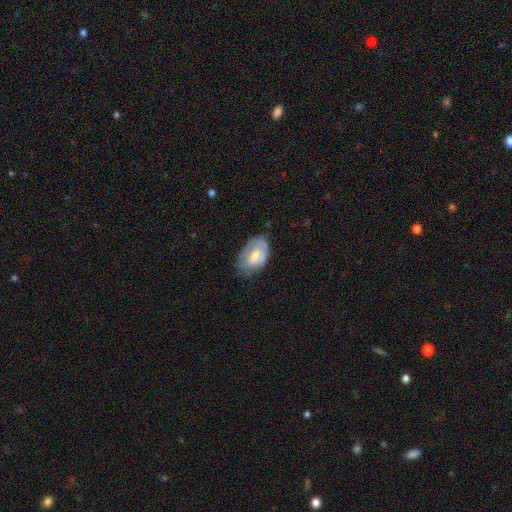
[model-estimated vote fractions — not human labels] Q: Smooth or featured?
A: smooth (57%); runner-up: featured or disk (36%)
Q: How rounded?
A: in between (88%); runner-up: round (11%)
Q: Merging?
A: none (54%); runner-up: minor disturbance (32%)